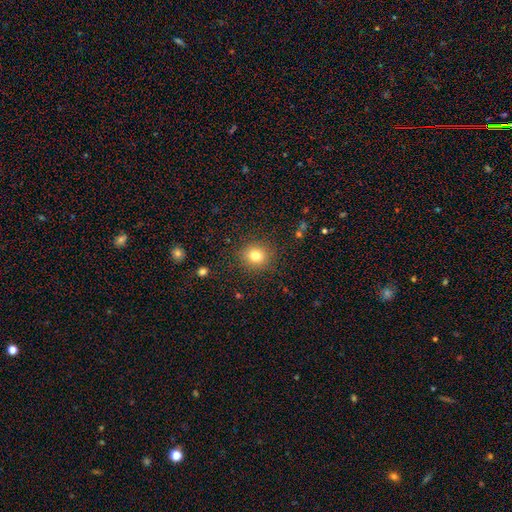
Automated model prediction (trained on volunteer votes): smooth_or_featured: smooth (p=0.79) [alt: star or artifact p=0.13]
how_rounded: round (p=0.86) [alt: in between p=0.14]
merging: none (p=0.88) [alt: minor disturbance p=0.08]